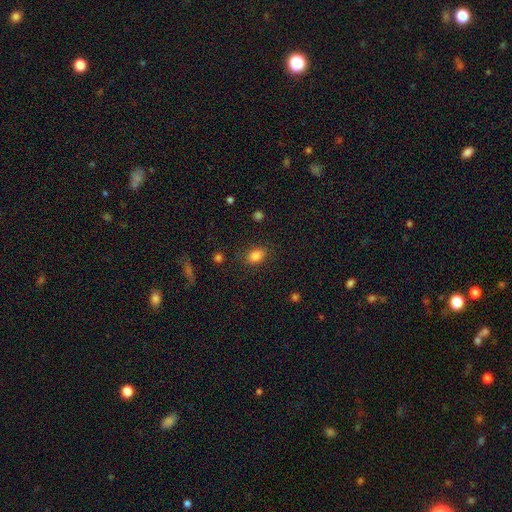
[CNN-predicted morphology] type=smooth (84%); roundness=in between (75%); merging=none (82%).